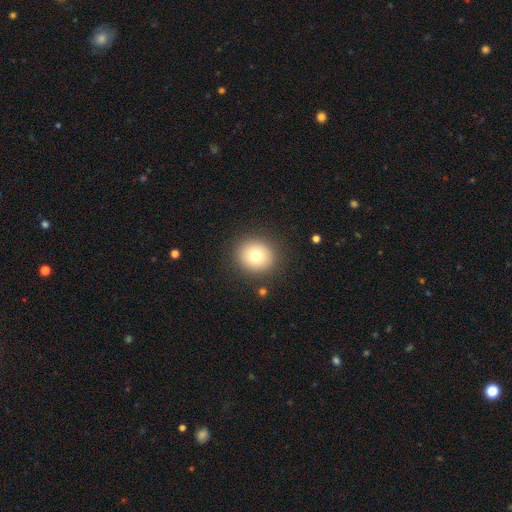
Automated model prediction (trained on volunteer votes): This is likely a smooth galaxy (75%). How rounded: clearly round (86%). Merging: clearly none (88%).